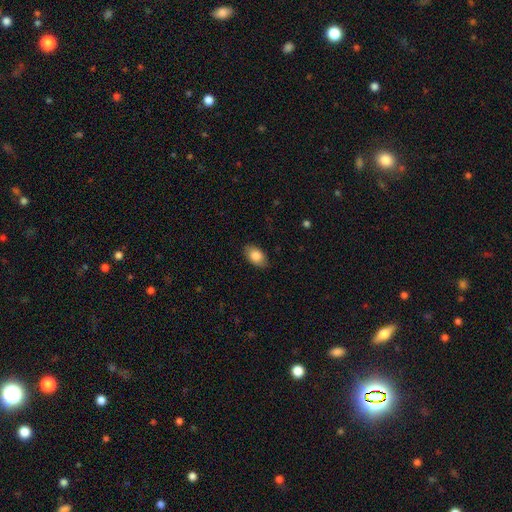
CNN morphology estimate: Q: Smooth or featured?
A: smooth (84%); runner-up: featured or disk (9%)
Q: How rounded?
A: in between (90%); runner-up: round (8%)
Q: Merging?
A: none (85%); runner-up: minor disturbance (12%)